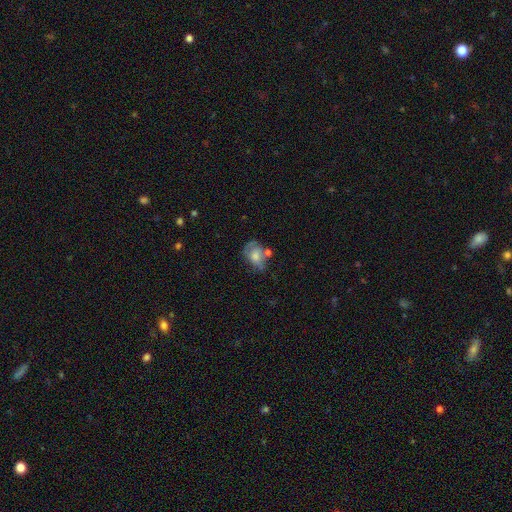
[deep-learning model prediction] Overall: smooth (59%; featured or disk 32%). How rounded: in between (67%; round 31%). Merging: none (38%; minor disturbance 27%).